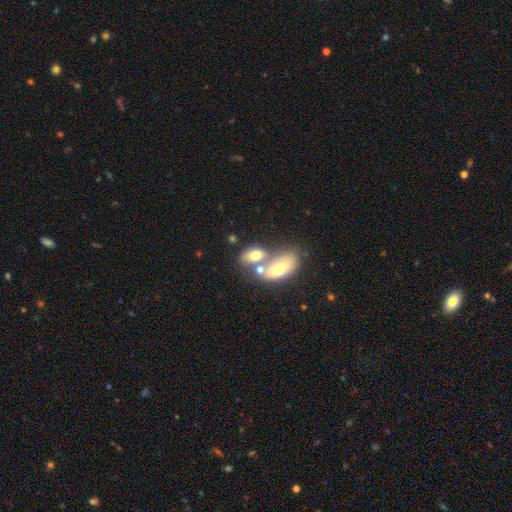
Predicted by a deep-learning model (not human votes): Morphology: type=smooth (66%); roundness=in between (85%); merging=merger (60%).